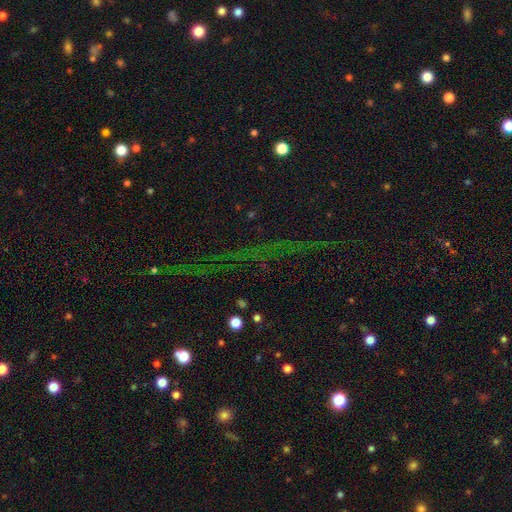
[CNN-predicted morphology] star or artifact 72%, smooth 15%, featured or disk 13%.